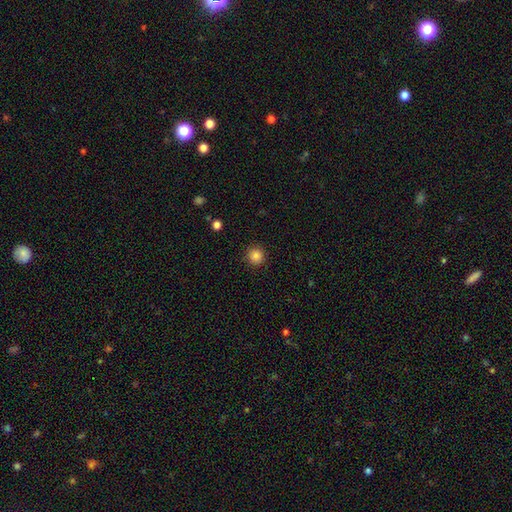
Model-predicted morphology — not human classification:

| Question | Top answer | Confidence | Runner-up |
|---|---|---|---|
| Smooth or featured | smooth | 85% | star or artifact (11%) |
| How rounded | round | 94% | in between (5%) |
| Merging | none | 92% | minor disturbance (5%) |